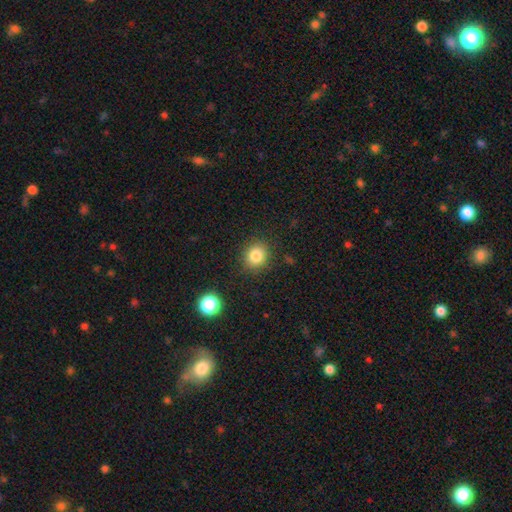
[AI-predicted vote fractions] Morphology: type=smooth (82%); roundness=round (78%); merging=none (87%).